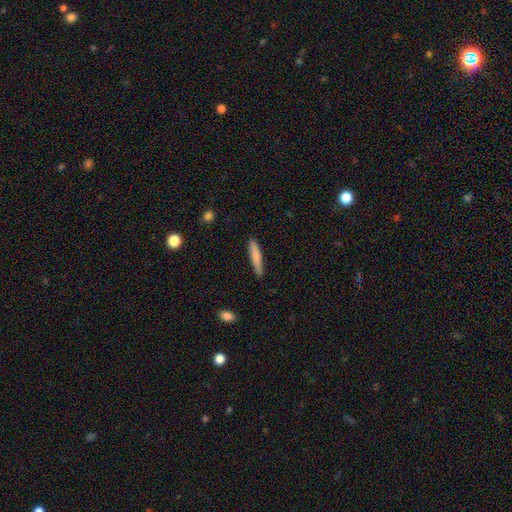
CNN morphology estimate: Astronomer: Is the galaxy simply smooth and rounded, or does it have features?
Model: smooth — 78%.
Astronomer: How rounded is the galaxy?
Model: cigar-shaped — 91%.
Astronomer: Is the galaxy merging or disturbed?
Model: none — 84%.